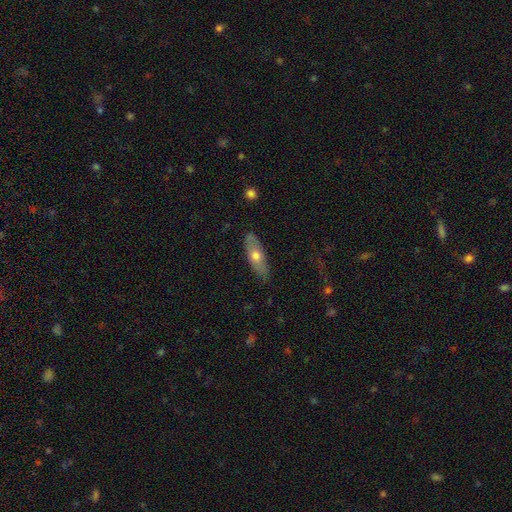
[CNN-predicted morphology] Overall: smooth (54%; featured or disk 39%). How rounded: in between (58%; cigar-shaped 38%). Merging: none (82%).